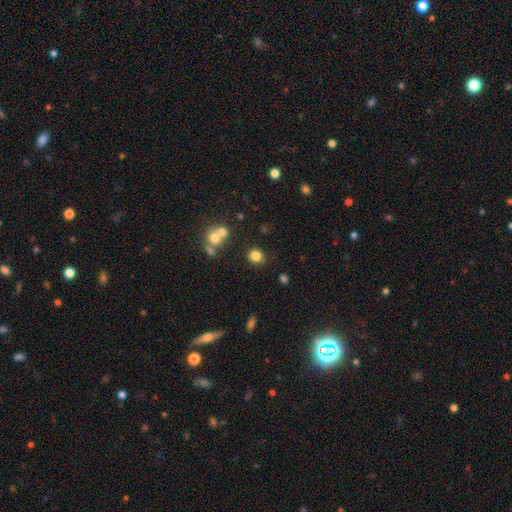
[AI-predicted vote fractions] This is clearly a smooth galaxy (81%). How rounded: clearly round (86%). Merging: clearly none (81%).